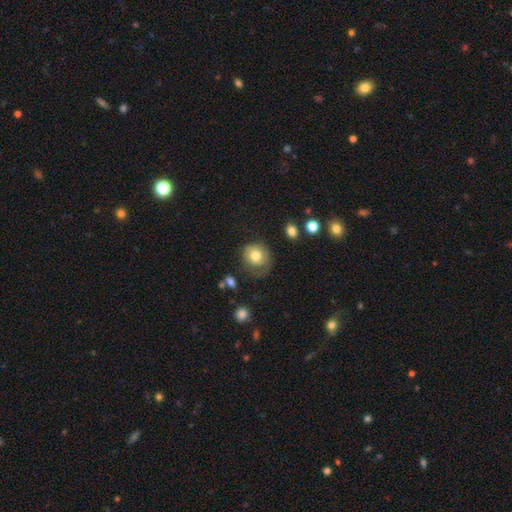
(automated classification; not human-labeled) smooth-or-featured: smooth: 75% | featured or disk: 17% | star or artifact: 9%
  how-rounded: round: 79% | in between: 20% | cigar-shaped: 1%
  merging: none: 54% | minor disturbance: 27% | major disturbance: 16% | merger: 3%